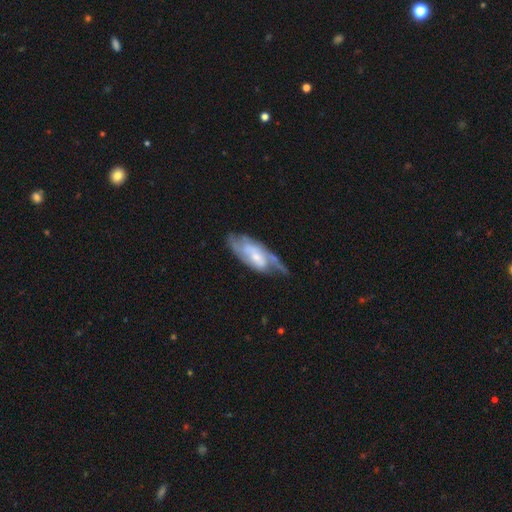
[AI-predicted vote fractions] This appears to be a featured or disk galaxy (72%) with no bar (44%), 2 (55%) medium (44%) spiral arms (85%) and a small central bulge (51%). Merging: none (48%).